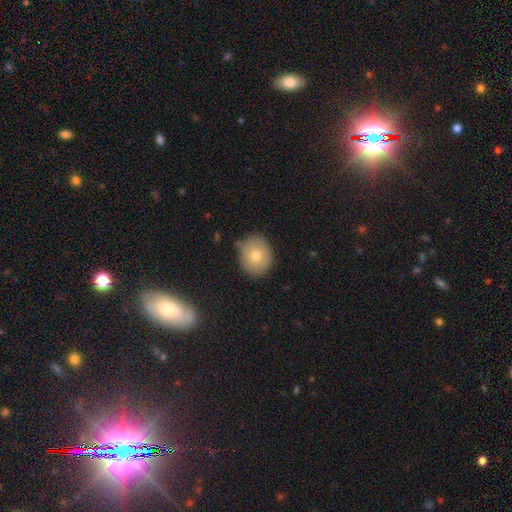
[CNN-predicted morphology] A smooth galaxy with no disk features (71%) that is round (66%). Merging: none (83%).